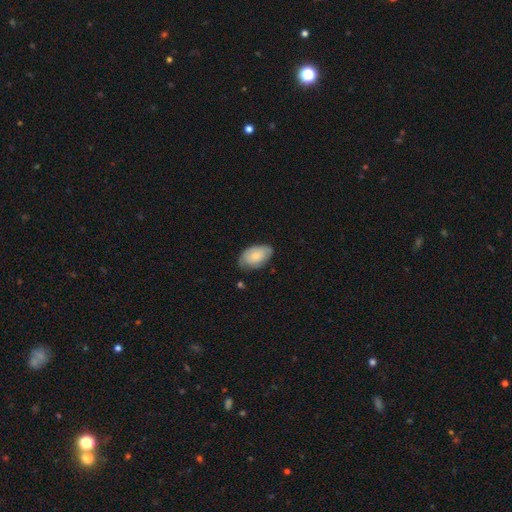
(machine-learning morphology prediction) The model was most divided on "merging": none: 64%, minor disturbance: 29%, major disturbance: 5%, merger: 2%. More confident: how rounded — in between (92%); smooth or featured — smooth (68%).